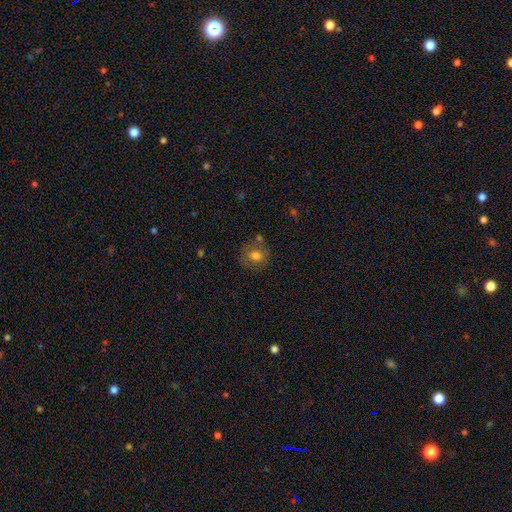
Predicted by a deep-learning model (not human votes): This appears to be a smooth galaxy with no disk features (69%) that is round (74%). Merging: none (67%).